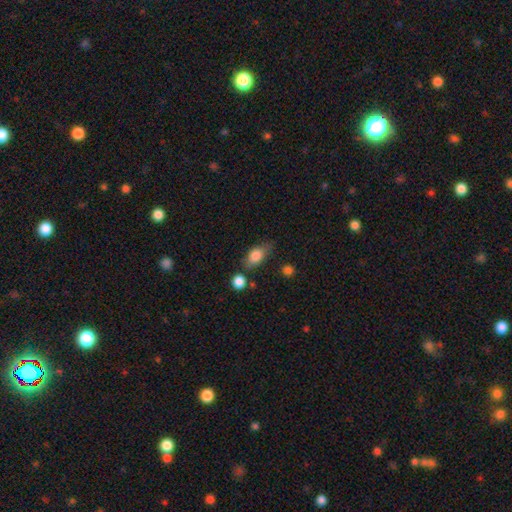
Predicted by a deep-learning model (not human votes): Smooth or featured?
  - smooth: 80% *
  - featured or disk: 12%
  - star or artifact: 8%
How rounded?
  - in between: 82% *
  - round: 12%
  - cigar-shaped: 6%
Merging?
  - none: 62% *
  - minor disturbance: 24%
  - merger: 8%
  - major disturbance: 7%